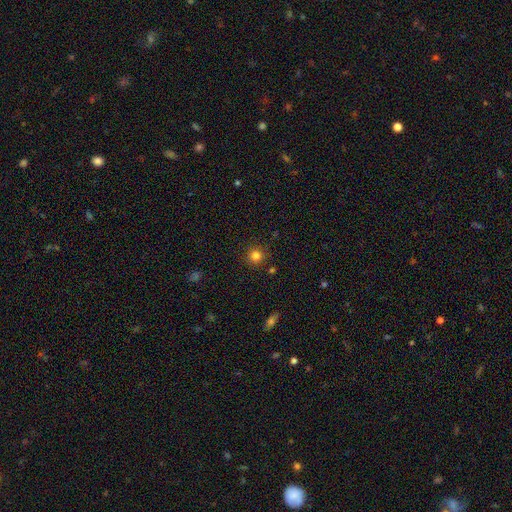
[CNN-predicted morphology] Smooth or featured? smooth (81%)
How rounded? round (94%)
Merging? none (89%)